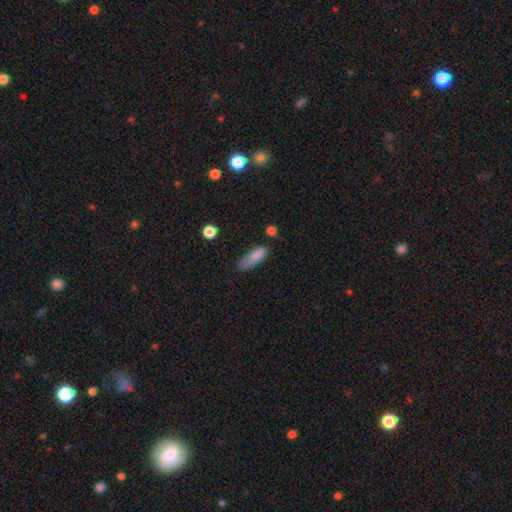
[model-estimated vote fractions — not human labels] The model was most divided on "merging": none: 41%, minor disturbance: 39%, major disturbance: 16%, merger: 5%. More confident: smooth or featured — smooth (83%); how rounded — in between (59%).